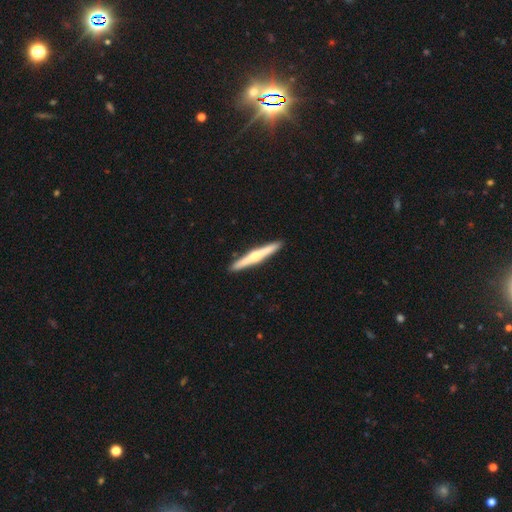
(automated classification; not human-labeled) This is likely a featured or disk galaxy (64%). It is clearly viewed edge-on (98%). Edge-on bulge: clearly rounded (87%). Merging: clearly none (92%).